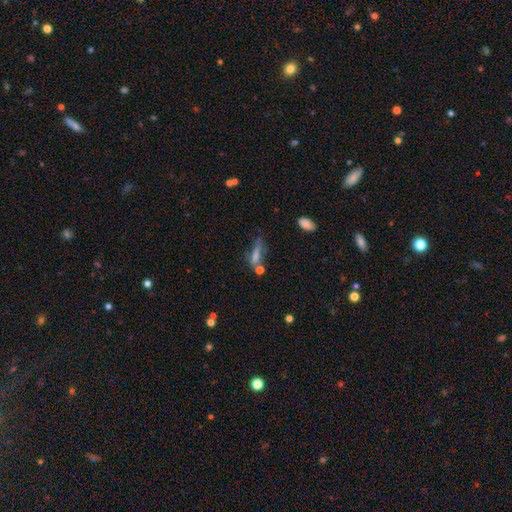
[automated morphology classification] This is possibly a smooth galaxy (58%). How rounded: possibly cigar-shaped (57%). Merging: marginally none (39%).